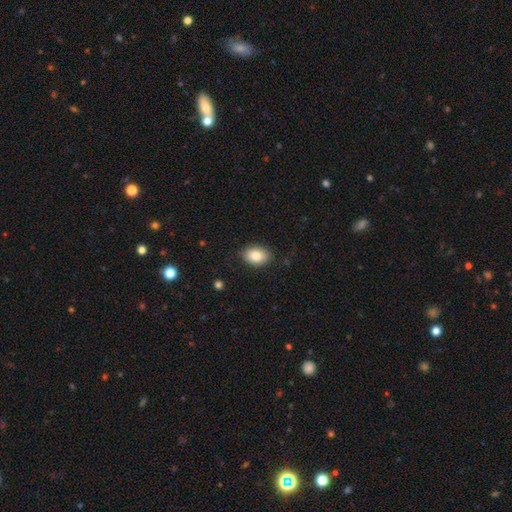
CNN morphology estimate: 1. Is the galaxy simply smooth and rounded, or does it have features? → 84% smooth, 8% featured or disk, 8% star or artifact.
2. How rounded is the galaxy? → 80% in between, 19% round, 1% cigar-shaped.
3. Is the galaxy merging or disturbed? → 83% none, 13% minor disturbance, 3% major disturbance, 1% merger.